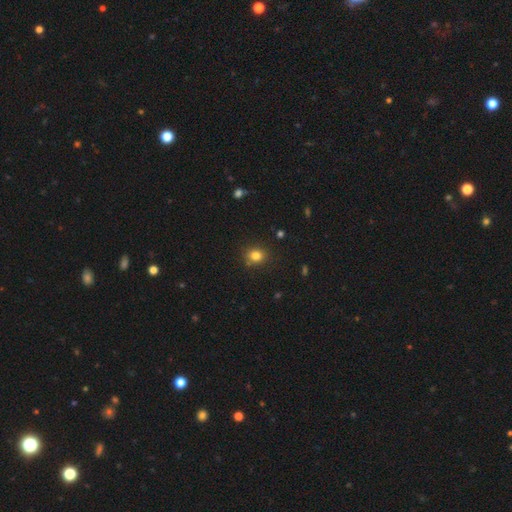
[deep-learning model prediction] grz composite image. It shows a smooth galaxy with no disk features (81%) that is round (74%). Merging: none (84%).